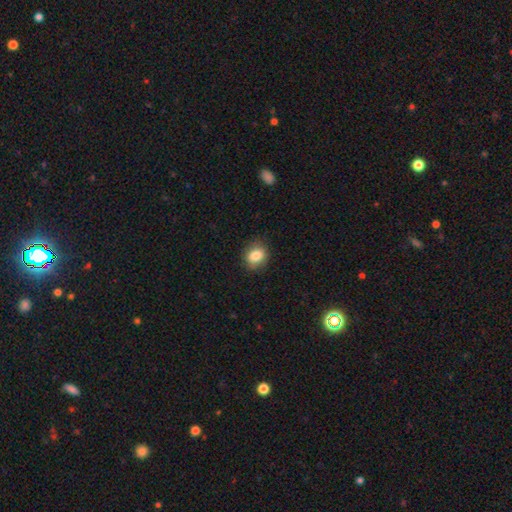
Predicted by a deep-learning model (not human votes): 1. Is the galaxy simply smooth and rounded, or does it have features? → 83% smooth, 9% star or artifact, 8% featured or disk.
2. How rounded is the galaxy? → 51% round, 48% in between, 1% cigar-shaped.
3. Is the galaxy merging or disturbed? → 83% none, 13% minor disturbance, 3% major disturbance, 1% merger.